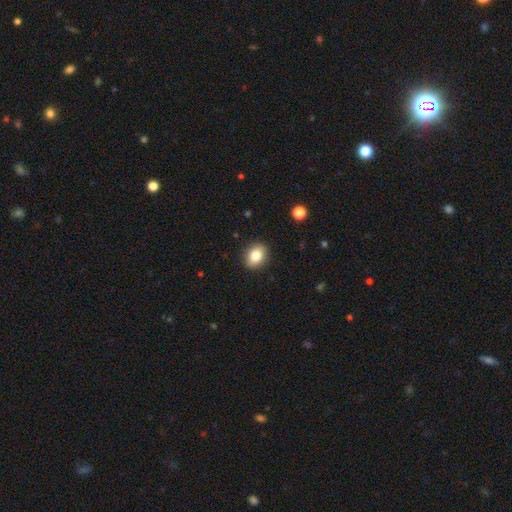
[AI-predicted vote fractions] smooth-or-featured: smooth: 83% | star or artifact: 9% | featured or disk: 8%
  how-rounded: in between: 55% | round: 44% | cigar-shaped: 1%
  merging: none: 89% | minor disturbance: 8% | major disturbance: 2% | merger: 1%